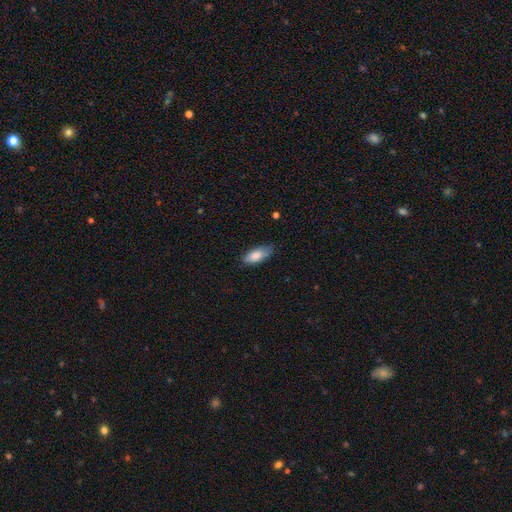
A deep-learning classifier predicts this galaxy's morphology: The model was most divided on "merging": none: 73%, minor disturbance: 23%, major disturbance: 4%, merger: 1%. More confident: how rounded — in between (82%); smooth or featured — smooth (81%).